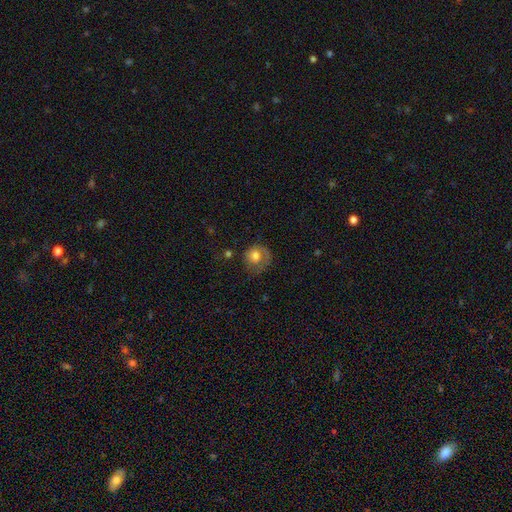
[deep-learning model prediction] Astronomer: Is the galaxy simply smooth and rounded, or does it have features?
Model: smooth — 56% (runner-up: featured or disk, 36%).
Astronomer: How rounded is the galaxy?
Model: round — 78%.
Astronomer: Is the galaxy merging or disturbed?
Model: none — 49% (runner-up: minor disturbance, 24%).